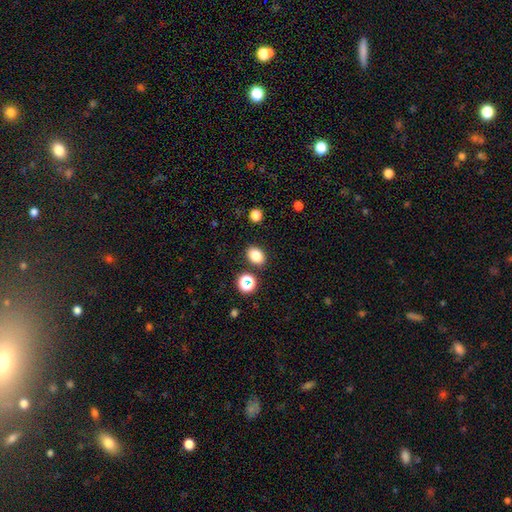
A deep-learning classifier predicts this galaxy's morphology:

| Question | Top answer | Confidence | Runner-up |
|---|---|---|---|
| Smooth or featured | smooth | 82% | star or artifact (12%) |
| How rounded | in between | 68% | round (31%) |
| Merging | none | 85% | minor disturbance (9%) |